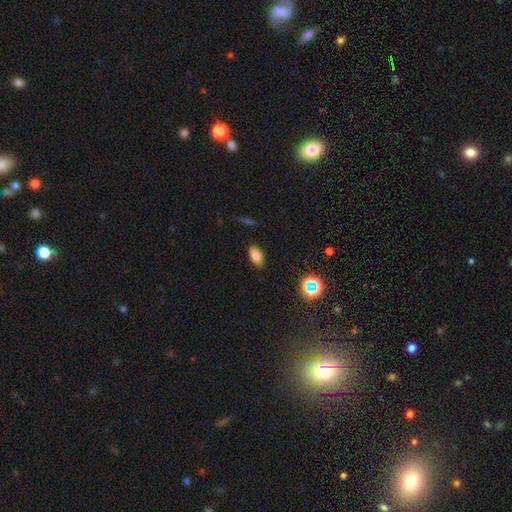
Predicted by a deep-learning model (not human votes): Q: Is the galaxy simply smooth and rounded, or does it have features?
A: smooth — 78%.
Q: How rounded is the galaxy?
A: in between — 90%.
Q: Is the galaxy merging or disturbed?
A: none — 87%.